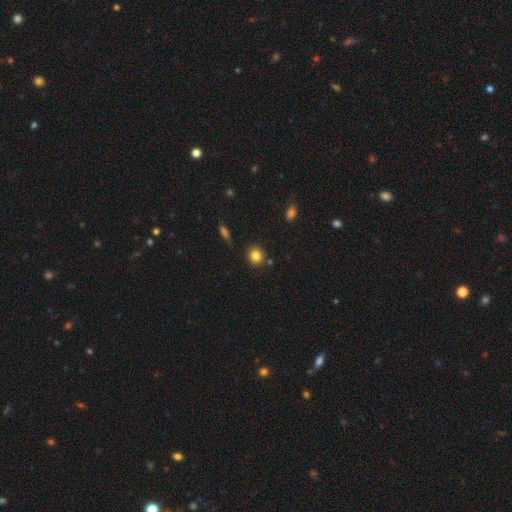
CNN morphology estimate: smooth-or-featured: smooth: 82% | star or artifact: 11% | featured or disk: 6%
  how-rounded: round: 82% | in between: 16% | cigar-shaped: 1%
  merging: none: 83% | minor disturbance: 9% | merger: 5% | major disturbance: 2%